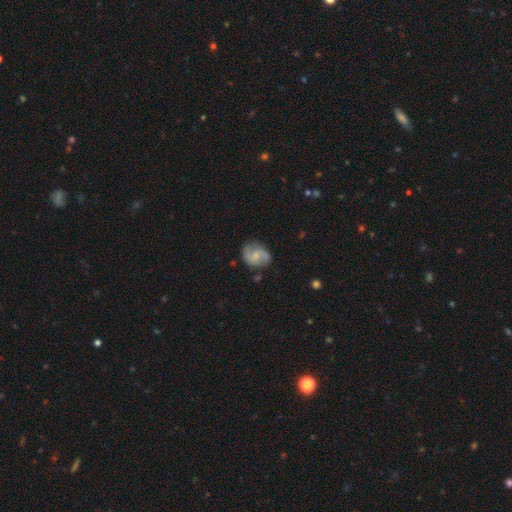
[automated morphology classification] Smooth or featured? Predicted: featured or disk (p=0.65). Edge-on disk? Predicted: no (p=0.98). Bar? Predicted: no (p=0.51). Spiral arms? Predicted: yes (p=0.92). Spiral winding? Predicted: medium (p=0.46). Spiral arm count? Predicted: 2 (p=0.88). Bulge size? Predicted: small (p=0.51). Merging? Predicted: none (p=0.73).